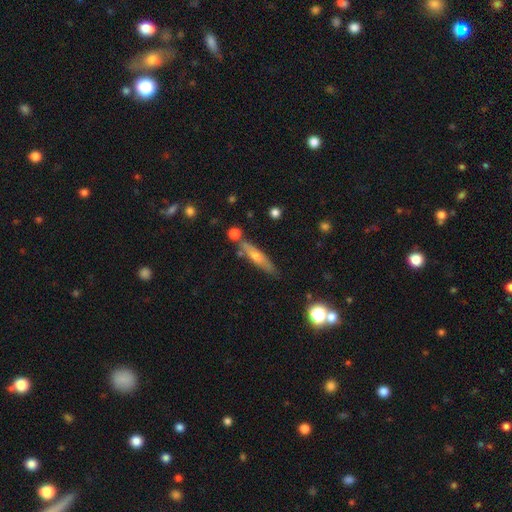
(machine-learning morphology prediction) smooth-or-featured: smooth: 50% | featured or disk: 42% | star or artifact: 8%
  merging: none: 75% | minor disturbance: 14% | merger: 8% | major disturbance: 3%